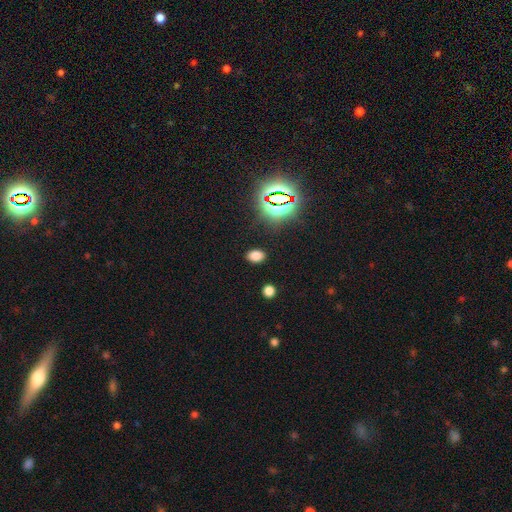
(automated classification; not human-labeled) Smooth or featured? smooth (73%)
How rounded? in between (81%)
Merging? none (88%)